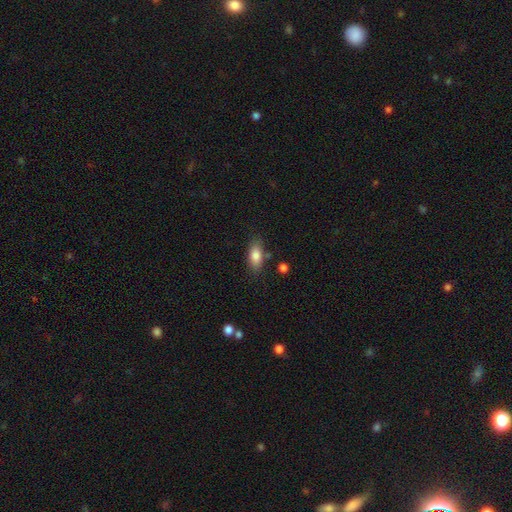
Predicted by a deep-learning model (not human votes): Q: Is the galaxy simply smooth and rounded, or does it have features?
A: smooth — 82%.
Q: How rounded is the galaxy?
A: in between — 83%.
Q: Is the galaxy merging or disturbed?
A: none — 77%.